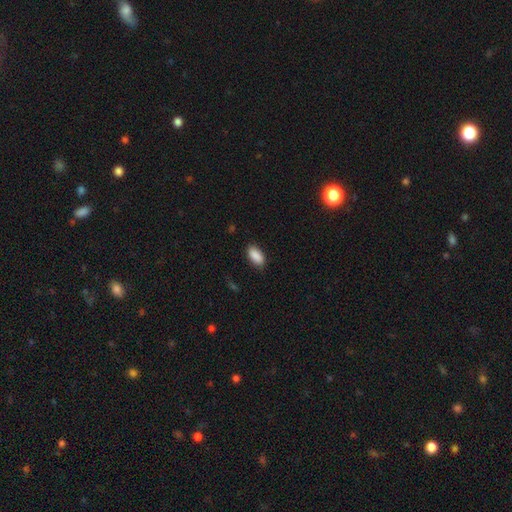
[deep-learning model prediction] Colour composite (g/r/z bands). It shows a smooth galaxy with no disk features (89%) that is in between round and cigar-shaped (92%). Merging: none (84%).